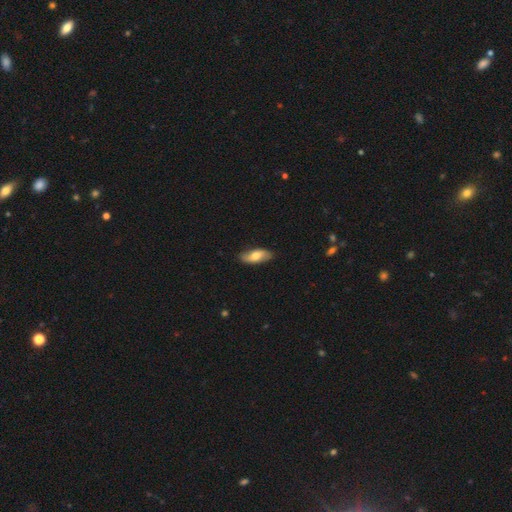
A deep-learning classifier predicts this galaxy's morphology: Overall: smooth (66%; featured or disk 28%). How rounded: in between (79%). Merging: none (85%).